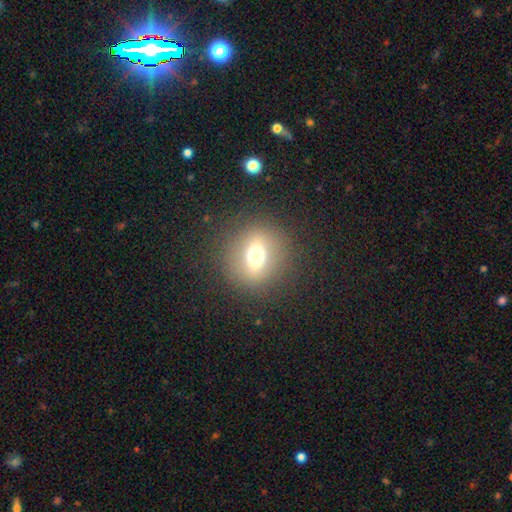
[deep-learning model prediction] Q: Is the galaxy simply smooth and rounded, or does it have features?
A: smooth — 59%.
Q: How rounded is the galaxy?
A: round — 75%.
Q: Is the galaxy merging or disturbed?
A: none — 85%.